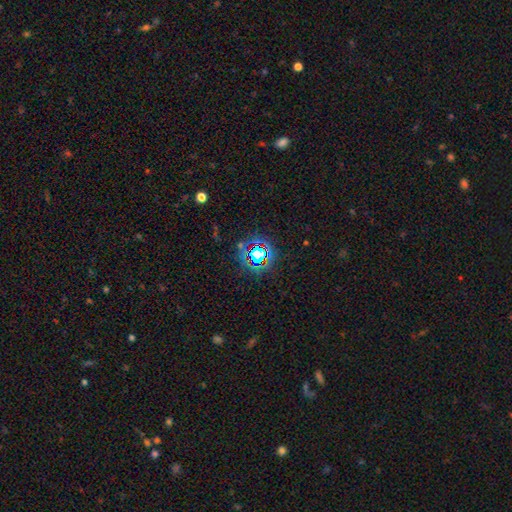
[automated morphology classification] This appears to be a star or artifact, not a galaxy (73%).